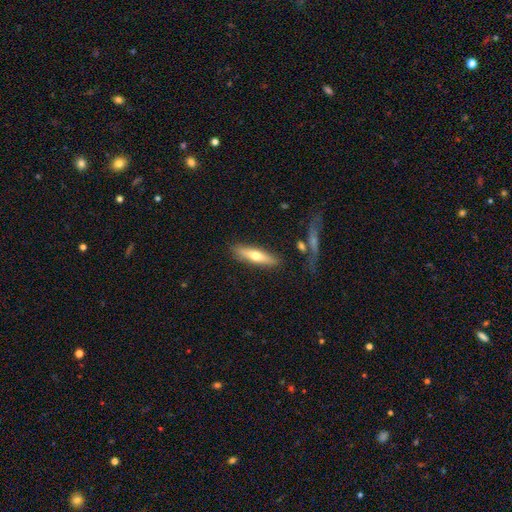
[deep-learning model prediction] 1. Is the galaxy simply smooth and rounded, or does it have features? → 55% smooth, 39% featured or disk, 6% star or artifact.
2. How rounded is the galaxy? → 76% cigar-shaped, 23% in between, 2% round.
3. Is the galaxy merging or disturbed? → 84% none, 10% minor disturbance, 3% merger, 3% major disturbance.